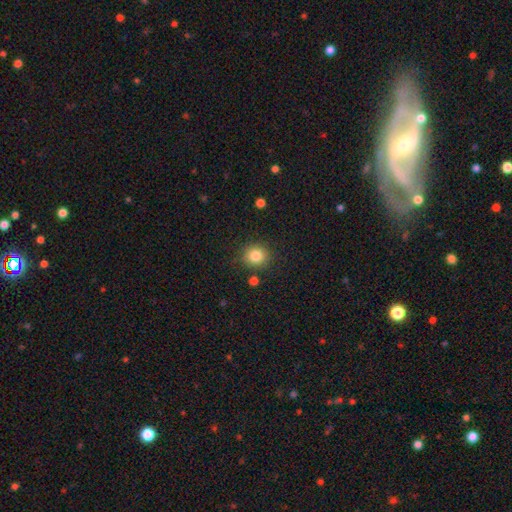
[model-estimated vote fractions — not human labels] This appears to be a smooth galaxy with no disk features (83%) that is round (85%). Merging: none (85%).